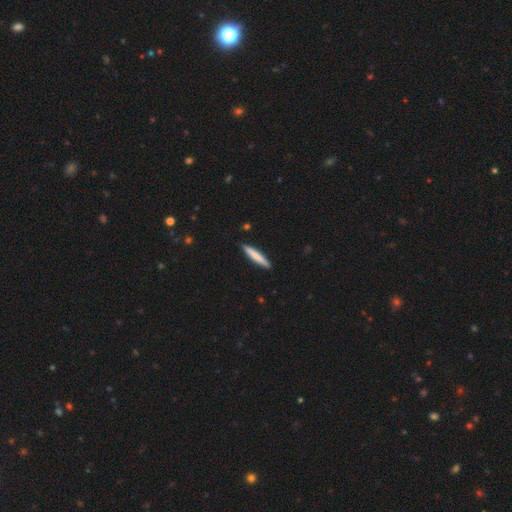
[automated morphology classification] Smooth or featured? smooth (75%)
How rounded? cigar-shaped (94%)
Merging? none (91%)